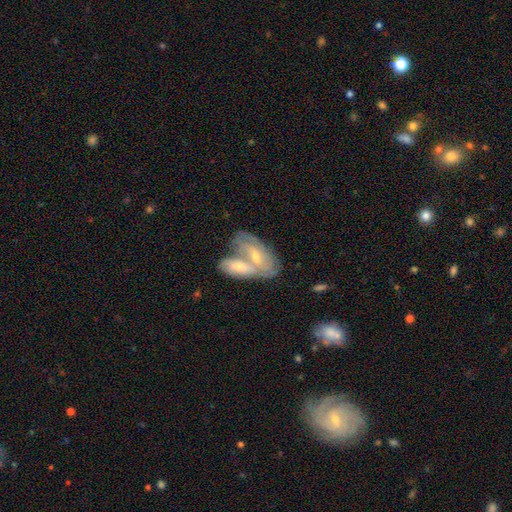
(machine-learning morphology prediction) Smooth or featured: featured or disk — 57% (smooth — 37%)
Edge-on disk: no — 89% (yes — 11%)
Bar: no — 50% (weak — 38%)
Spiral arms: yes — 66% (no — 34%)
Bulge size: small — 54% (moderate — 41%)
Merging: merger — 69% (none — 19%)